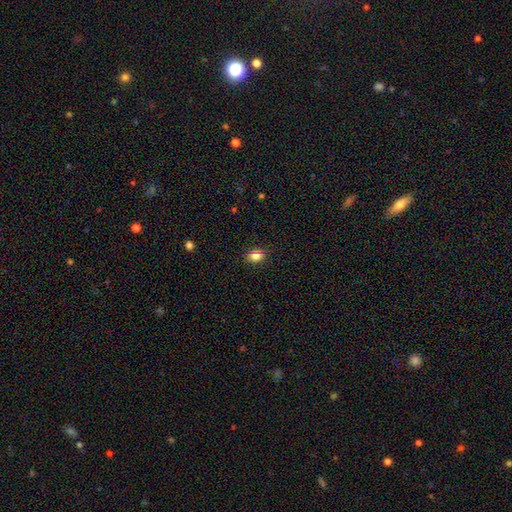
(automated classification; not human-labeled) Q: Smooth or featured?
A: smooth (84%); runner-up: star or artifact (10%)
Q: How rounded?
A: in between (72%); runner-up: round (27%)
Q: Merging?
A: none (89%); runner-up: minor disturbance (8%)